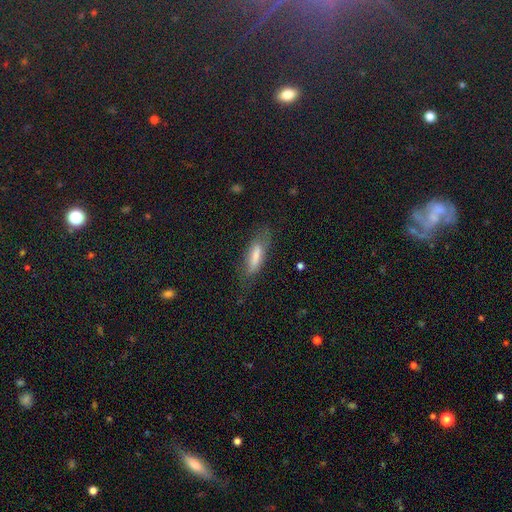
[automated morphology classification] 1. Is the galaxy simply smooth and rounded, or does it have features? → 61% smooth, 26% featured or disk, 13% star or artifact.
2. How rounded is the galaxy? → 55% cigar-shaped, 42% in between, 3% round.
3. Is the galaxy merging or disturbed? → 73% none, 19% minor disturbance, 6% major disturbance, 2% merger.